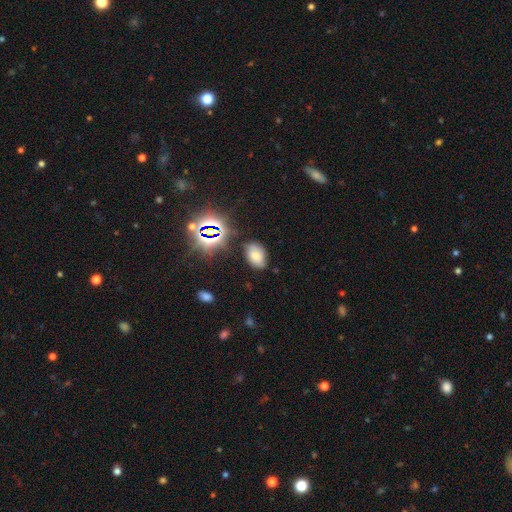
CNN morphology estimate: smooth-or-featured: smooth: 62% | star or artifact: 22% | featured or disk: 16%
  how-rounded: in between: 86% | round: 12% | cigar-shaped: 1%
  merging: none: 74% | minor disturbance: 19% | major disturbance: 5% | merger: 3%